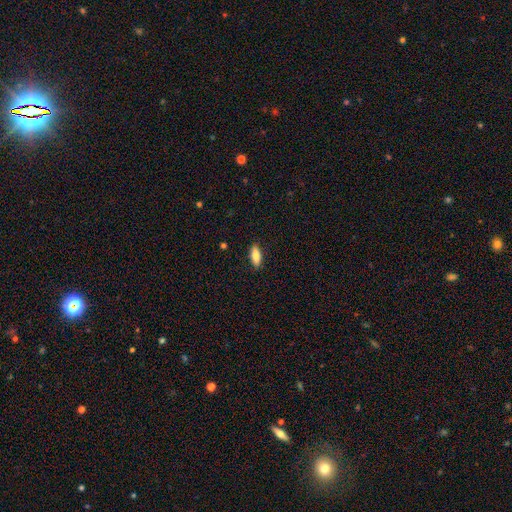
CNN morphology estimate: This is likely a smooth galaxy (78%). How rounded: likely in between (73%). Merging: clearly none (88%).